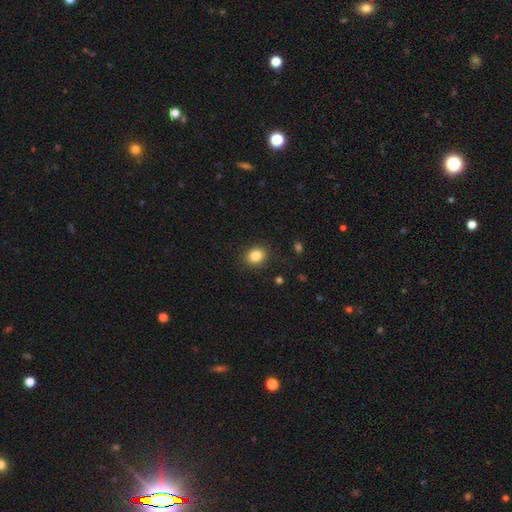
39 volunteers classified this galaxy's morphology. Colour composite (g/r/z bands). It shows a smooth galaxy with no disk features (82%) that is round (53%). Merging: none (91%).